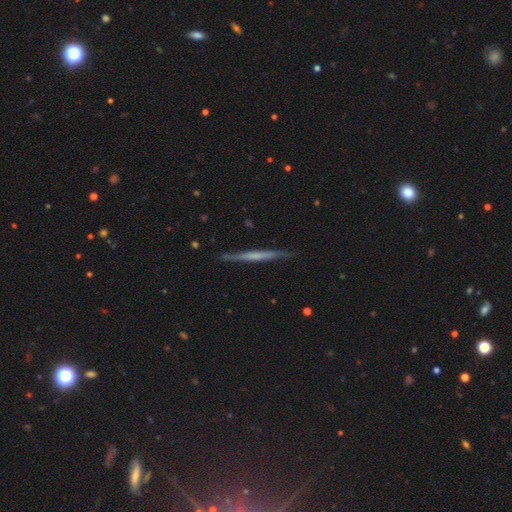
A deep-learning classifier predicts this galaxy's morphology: A featured or disk galaxy (58%) viewed edge-on (97%) with no central bulge (75%).

Vote fractions:
- Smooth or featured? featured or disk: 58% / smooth: 37% / star or artifact: 5%
- Edge-on disk? yes: 97% / no: 3%
- Edge-on bulge? none: 75% / rounded: 15% / boxy: 11%
- Merging? none: 88% / minor disturbance: 9% / major disturbance: 2% / merger: 1%